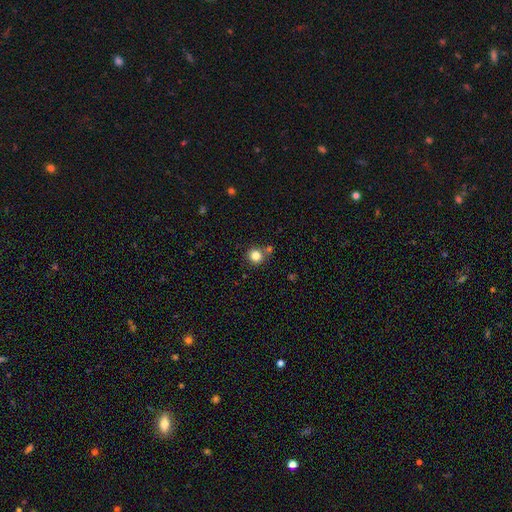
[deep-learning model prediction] Overall: smooth (83%). How rounded: round (91%). Merging: none (73%).